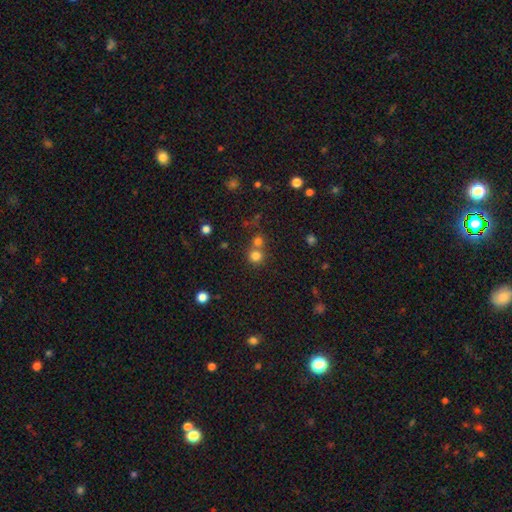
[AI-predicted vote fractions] A smooth galaxy with no disk features (77%) that is round (91%).

Vote fractions:
- Smooth or featured? smooth: 77% / star or artifact: 16% / featured or disk: 7%
- How rounded? round: 91% / in between: 8% / cigar-shaped: 1%
- Merging? none: 57% / merger: 35% / minor disturbance: 6% / major disturbance: 3%